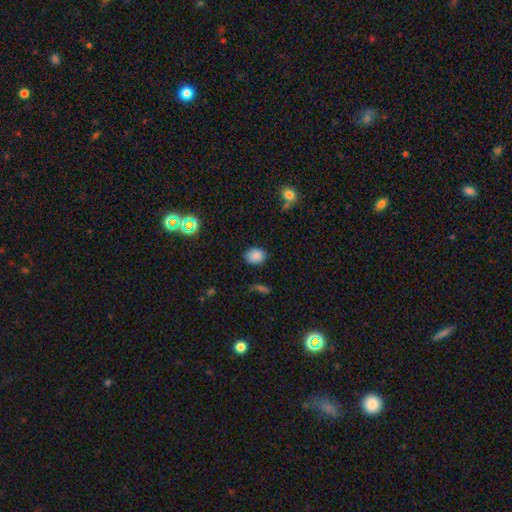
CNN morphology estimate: type=smooth (85%); roundness=in between (55%); merging=none (84%).